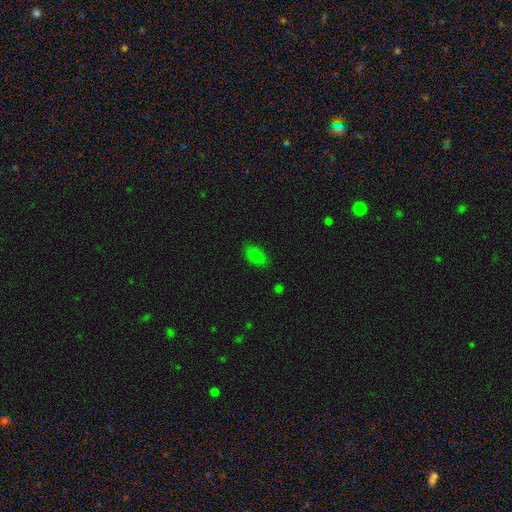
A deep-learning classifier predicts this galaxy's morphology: Smooth or featured?
  - smooth: 82% *
  - star or artifact: 13%
  - featured or disk: 5%
How rounded?
  - in between: 89% *
  - cigar-shaped: 7%
  - round: 4%
Merging?
  - none: 81% *
  - minor disturbance: 14%
  - major disturbance: 3%
  - merger: 1%